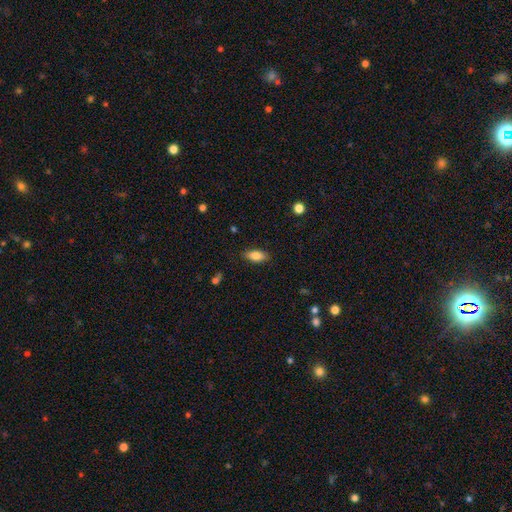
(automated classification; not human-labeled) Morphology: type=smooth (84%); roundness=in between (85%); merging=none (86%).